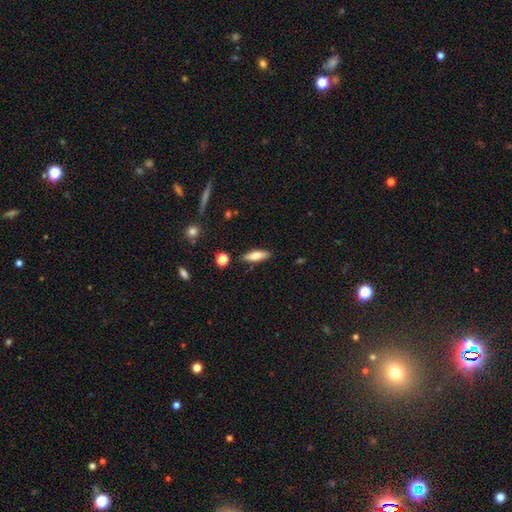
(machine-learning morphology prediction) type=smooth (72%); roundness=in between (51%); merging=none (85%).